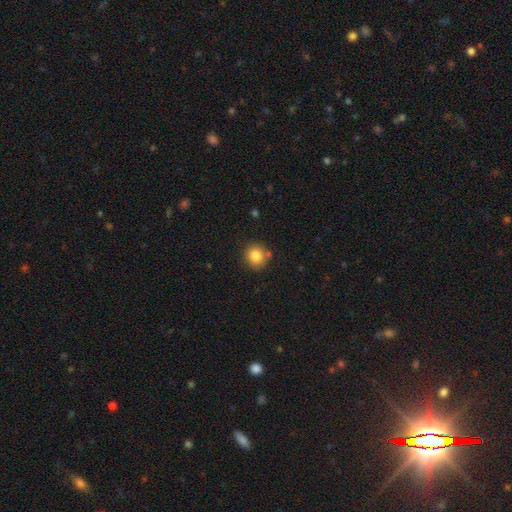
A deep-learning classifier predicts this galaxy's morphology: Smooth or featured? smooth (84%)
How rounded? round (91%)
Merging? none (80%)